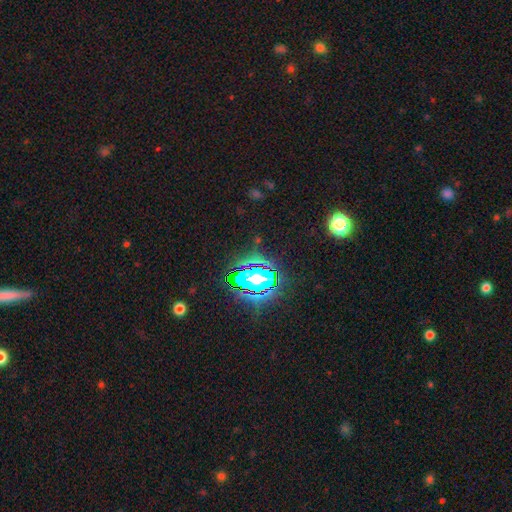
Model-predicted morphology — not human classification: smooth_or_featured: star or artifact (p=0.69) [alt: smooth p=0.19]